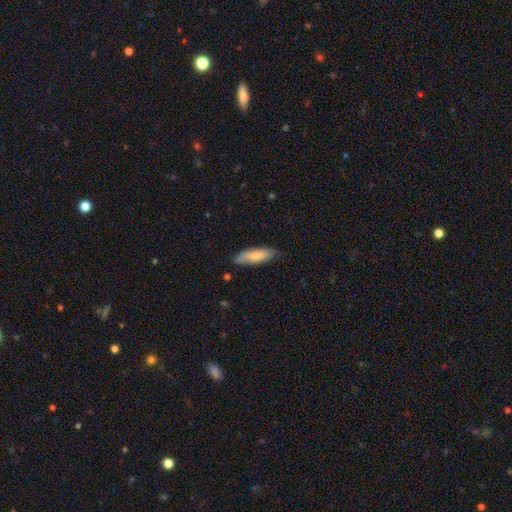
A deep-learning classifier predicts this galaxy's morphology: Overall: smooth (73%). How rounded: in between (50%; cigar-shaped 49%). Merging: none (74%).